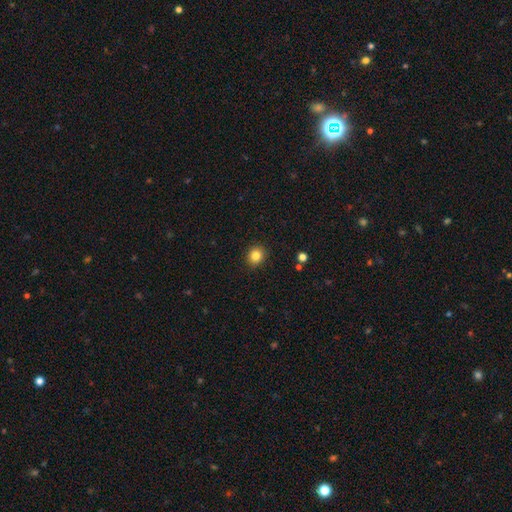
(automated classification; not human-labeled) This appears to be a smooth galaxy with no disk features (84%) that is round (80%). Merging: none (91%).